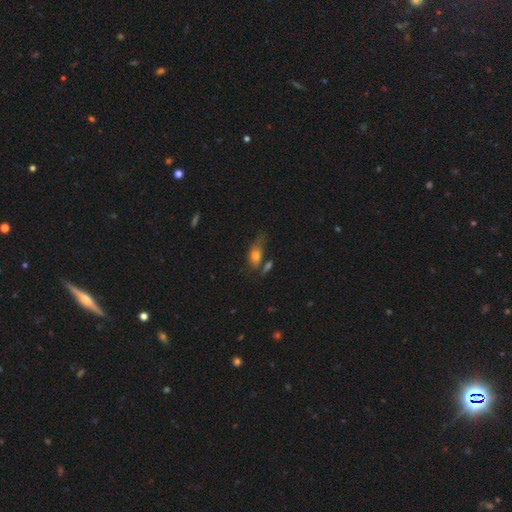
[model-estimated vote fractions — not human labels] Smooth or featured? Predicted: smooth (p=0.69). How rounded? Predicted: in between (p=0.78). Merging? Predicted: none (p=0.42).